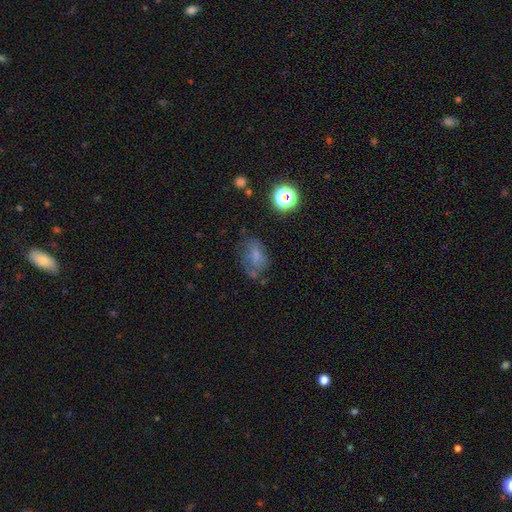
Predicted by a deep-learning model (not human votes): Smooth or featured?
  - smooth: 52% *
  - featured or disk: 28%
  - star or artifact: 20%
How rounded?
  - in between: 77% *
  - round: 20%
  - cigar-shaped: 2%
Merging?
  - none: 50% *
  - minor disturbance: 26%
  - major disturbance: 19%
  - merger: 5%